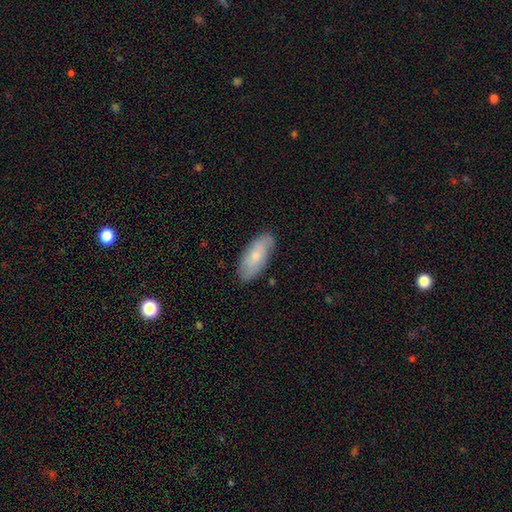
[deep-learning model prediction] This appears to be a smooth galaxy with no disk features (67%) that is in between round and cigar-shaped (86%). Merging: none (81%).